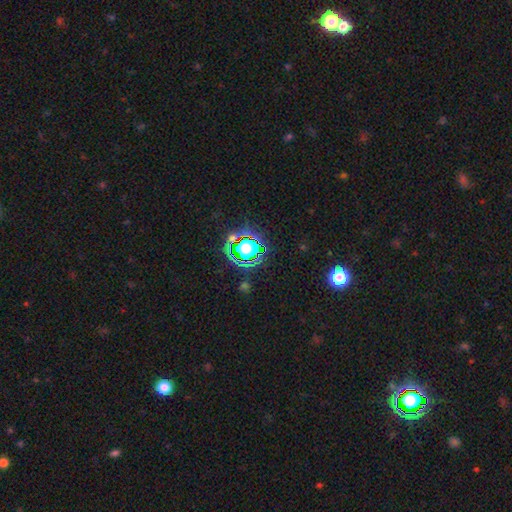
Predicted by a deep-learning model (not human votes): Q: Smooth or featured?
A: star or artifact (74%); runner-up: smooth (17%)